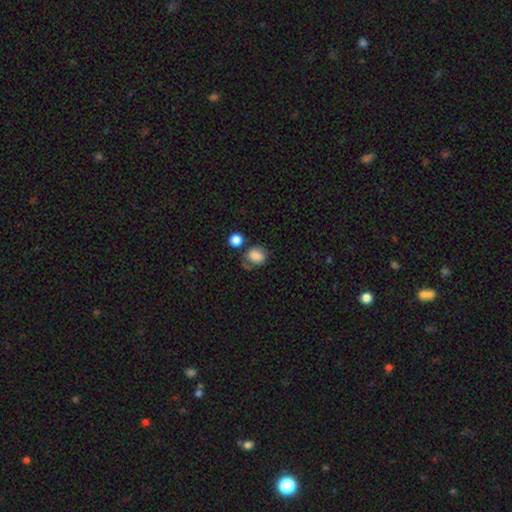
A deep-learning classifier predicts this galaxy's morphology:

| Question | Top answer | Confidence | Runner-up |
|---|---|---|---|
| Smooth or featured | smooth | 82% | star or artifact (10%) |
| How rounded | round | 53% | in between (46%) |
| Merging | none | 55% | minor disturbance (21%) |